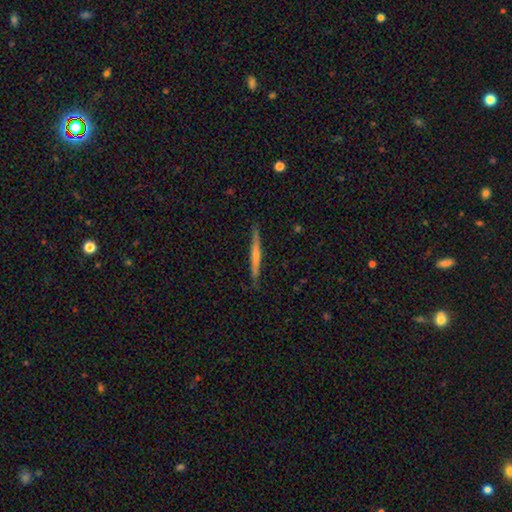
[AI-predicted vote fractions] Morphology: type=featured or disk (67%); edge-on=yes (97%); edge-on bulge=rounded (68%); merging=none (90%).